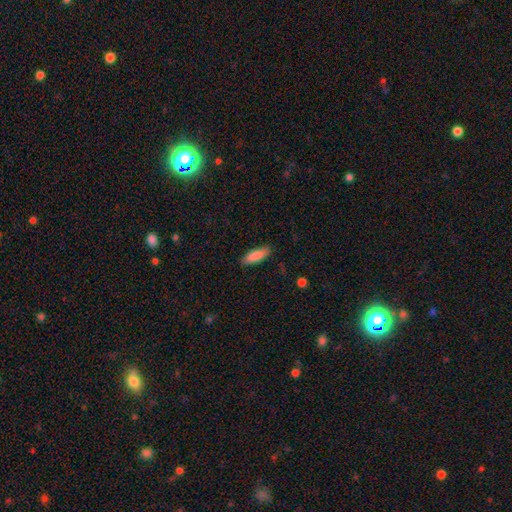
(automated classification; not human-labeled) Smooth or featured: smooth — 87% (featured or disk — 7%)
How rounded: in between — 54% (cigar-shaped — 45%)
Merging: none — 84% (minor disturbance — 12%)